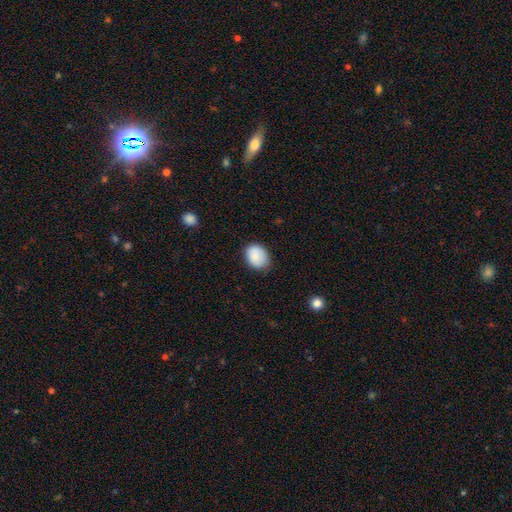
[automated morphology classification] The model was most divided on "how rounded": in between: 63%, round: 36%, cigar-shaped: 1%. More confident: smooth or featured — smooth (84%); merging — none (76%).